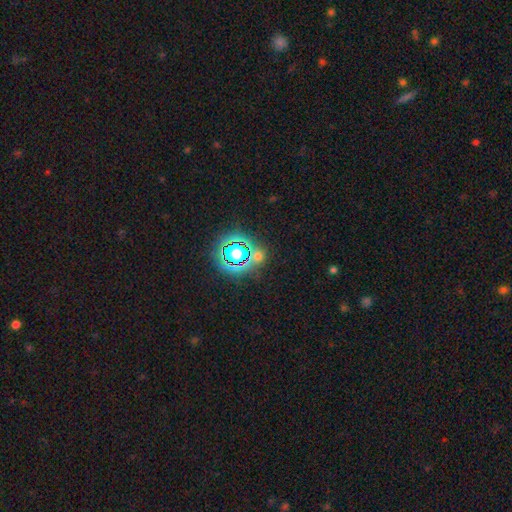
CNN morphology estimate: This is likely a star or artifact rather than a galaxy (72%).